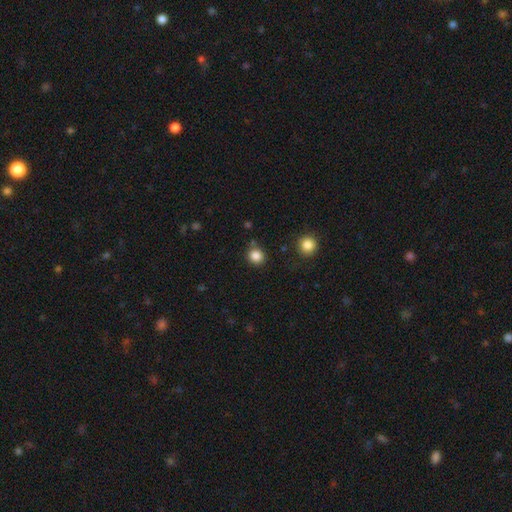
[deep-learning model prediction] Smooth or featured: smooth — 85% (star or artifact — 11%)
How rounded: round — 88% (in between — 11%)
Merging: none — 84% (minor disturbance — 9%)